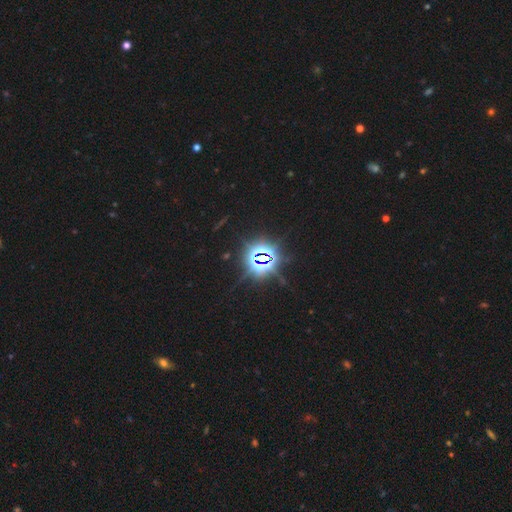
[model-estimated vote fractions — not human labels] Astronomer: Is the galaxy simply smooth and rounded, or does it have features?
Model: star or artifact — 85%.